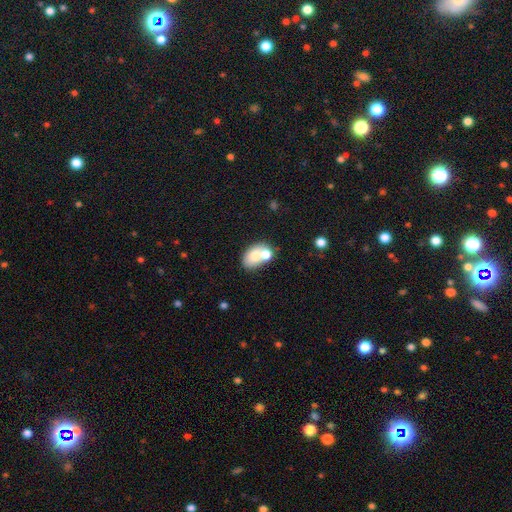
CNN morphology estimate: This appears to be a smooth galaxy with no disk features (69%) that is in between round and cigar-shaped (78%). Merging: merger (45%).